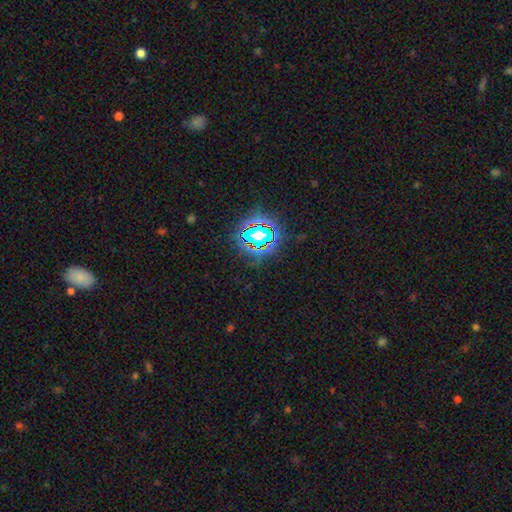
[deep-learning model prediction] Morphology: type=star or artifact (78%).